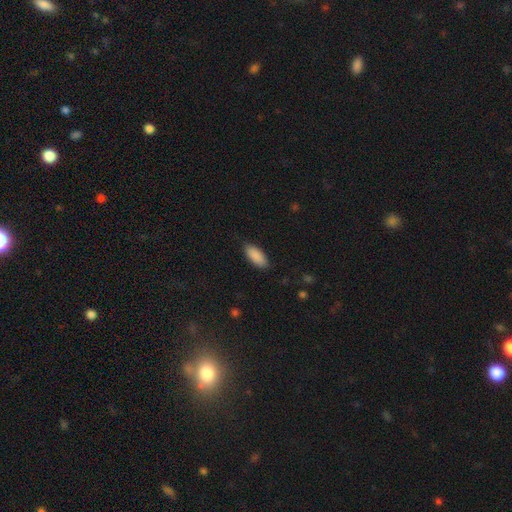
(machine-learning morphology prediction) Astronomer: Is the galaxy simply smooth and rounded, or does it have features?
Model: smooth — 90%.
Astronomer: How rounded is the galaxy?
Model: in between — 87%.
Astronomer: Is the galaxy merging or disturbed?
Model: none — 86%.